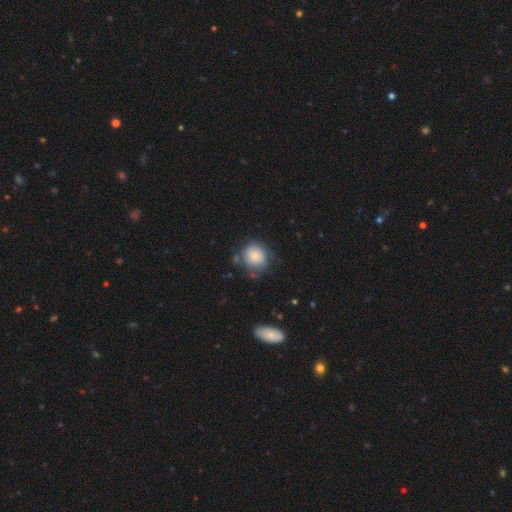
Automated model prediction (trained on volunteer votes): The model was most divided on "merging": none: 62%, minor disturbance: 23%, major disturbance: 9%, merger: 6%. More confident: how rounded — round (82%); smooth or featured — smooth (81%).